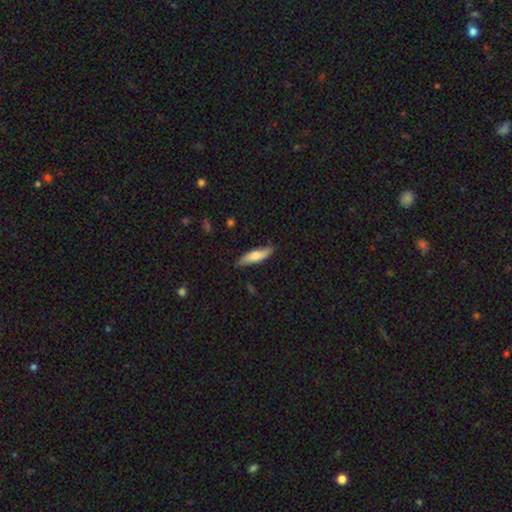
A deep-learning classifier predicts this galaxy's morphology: A smooth galaxy with no disk features (70%) that is cigar-shaped (63%).

Vote fractions:
- Smooth or featured? smooth: 70% / featured or disk: 24% / star or artifact: 6%
- How rounded? cigar-shaped: 63% / in between: 35% / round: 2%
- Merging? none: 80% / minor disturbance: 16% / major disturbance: 2% / merger: 1%